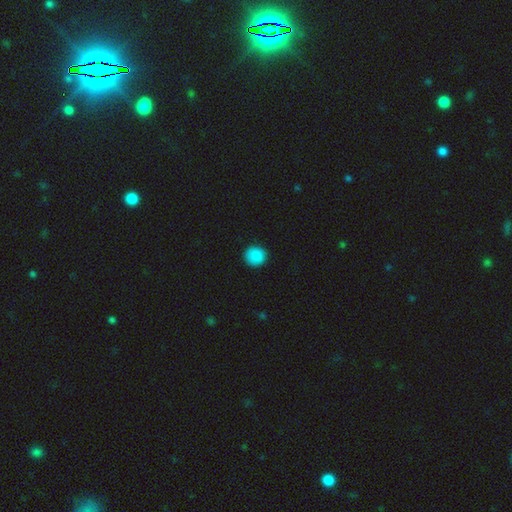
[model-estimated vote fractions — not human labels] smooth_or_featured: smooth (p=0.88) [alt: star or artifact p=0.09]
how_rounded: round (p=0.91) [alt: in between p=0.08]
merging: none (p=0.90) [alt: minor disturbance p=0.07]